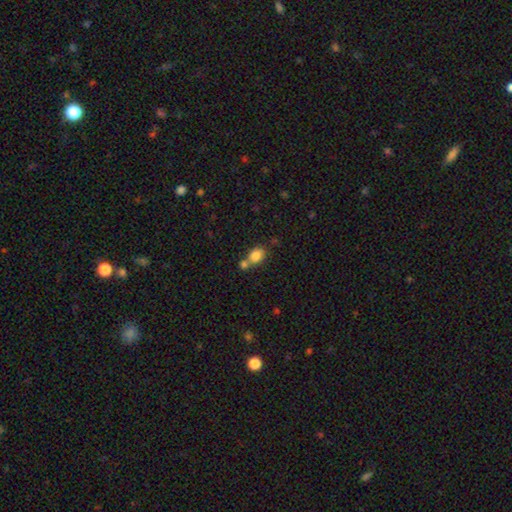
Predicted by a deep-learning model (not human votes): Smooth or featured? Predicted: smooth (p=0.84). How rounded? Predicted: in between (p=0.67). Merging? Predicted: none (p=0.46).